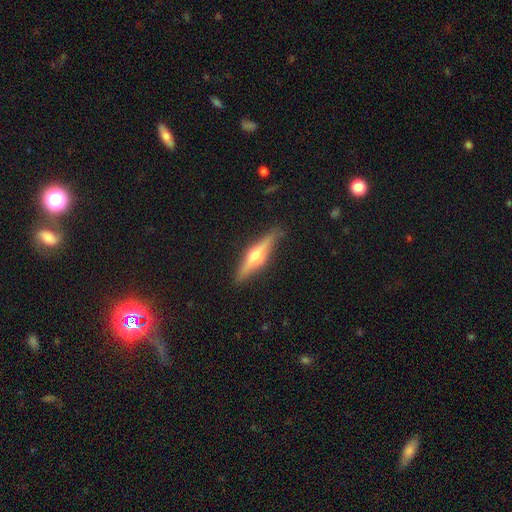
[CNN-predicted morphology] The model was most divided on "smooth or featured": featured or disk: 71%, smooth: 24%, star or artifact: 6%. More confident: edge-on disk — yes (97%); edge-on bulge — rounded (94%); merging — none (87%).